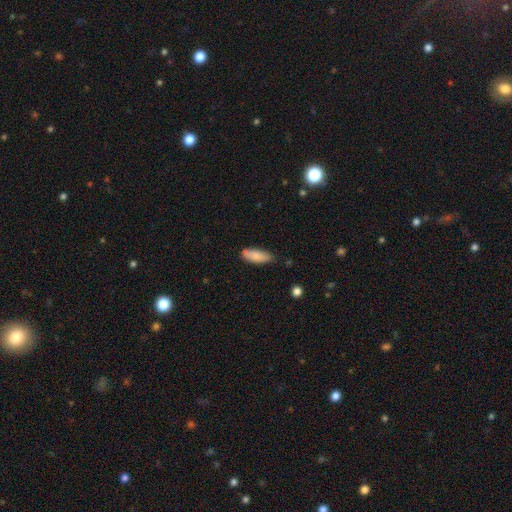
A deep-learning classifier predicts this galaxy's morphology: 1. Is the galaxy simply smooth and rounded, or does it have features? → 85% smooth, 9% featured or disk, 6% star or artifact.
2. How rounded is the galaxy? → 67% in between, 32% cigar-shaped, 2% round.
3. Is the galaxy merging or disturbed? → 77% none, 18% minor disturbance, 3% major disturbance, 2% merger.